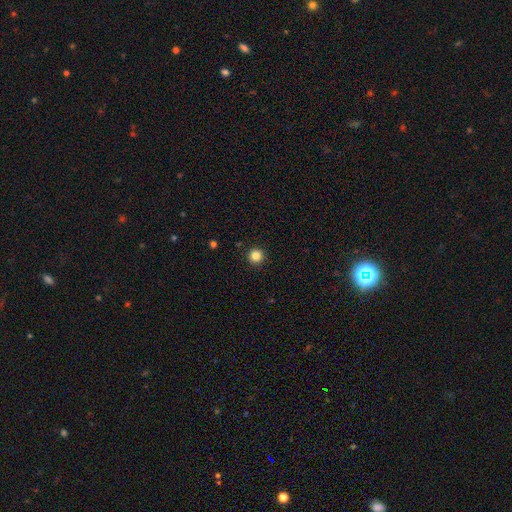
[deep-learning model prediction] Smooth or featured? smooth (84%)
How rounded? round (96%)
Merging? none (93%)